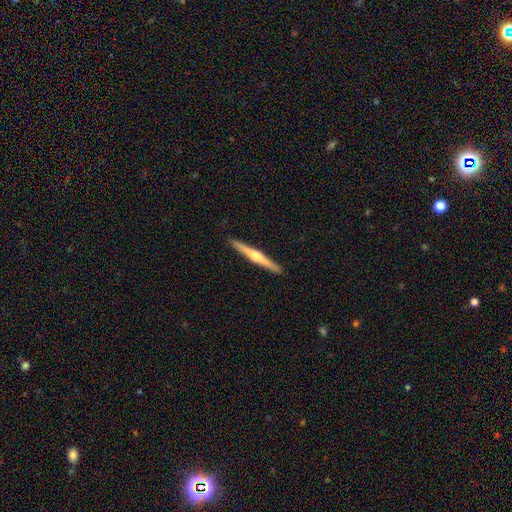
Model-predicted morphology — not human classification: Smooth or featured? featured or disk (70%)
Edge-on disk? yes (98%)
Edge-on bulge? rounded (90%)
Merging? none (93%)